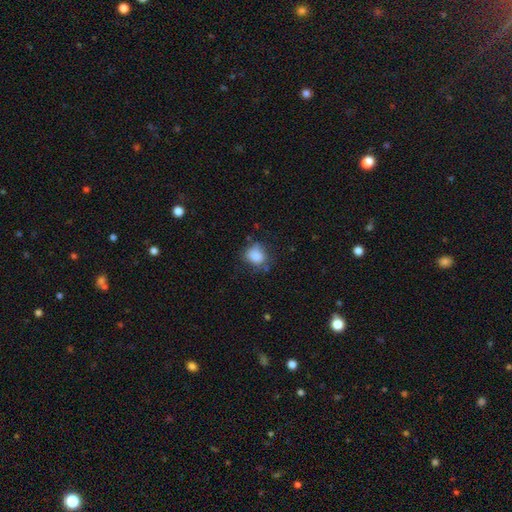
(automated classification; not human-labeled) smooth-or-featured: smooth: 84% | star or artifact: 9% | featured or disk: 7%
  how-rounded: round: 55% | in between: 44% | cigar-shaped: 1%
  merging: none: 58% | minor disturbance: 28% | major disturbance: 10% | merger: 4%